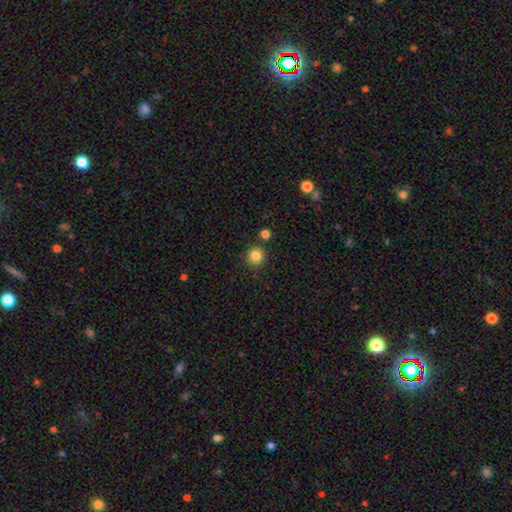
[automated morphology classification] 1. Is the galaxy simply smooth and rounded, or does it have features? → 84% smooth, 11% star or artifact, 4% featured or disk.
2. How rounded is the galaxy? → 94% round, 6% in between, 1% cigar-shaped.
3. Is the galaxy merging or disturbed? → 84% none, 8% minor disturbance, 6% merger, 2% major disturbance.